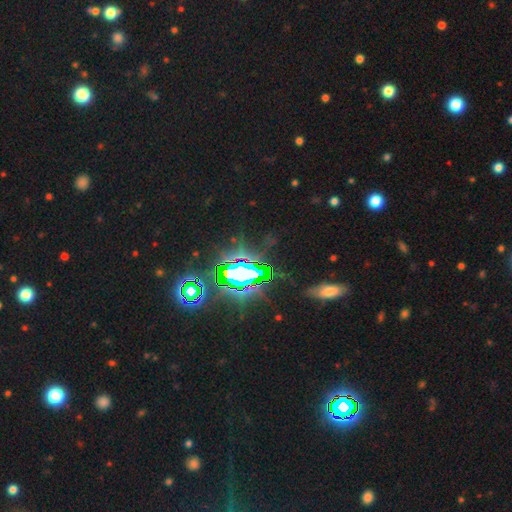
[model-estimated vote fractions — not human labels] Overall: star or artifact (78%).